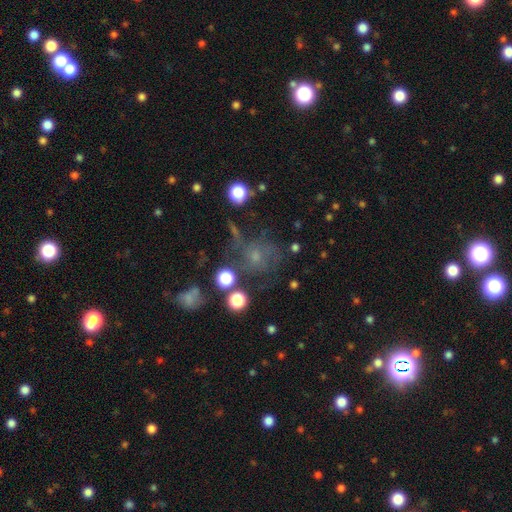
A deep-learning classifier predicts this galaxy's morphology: A smooth galaxy with no disk features (41%). Merging: none (52%).